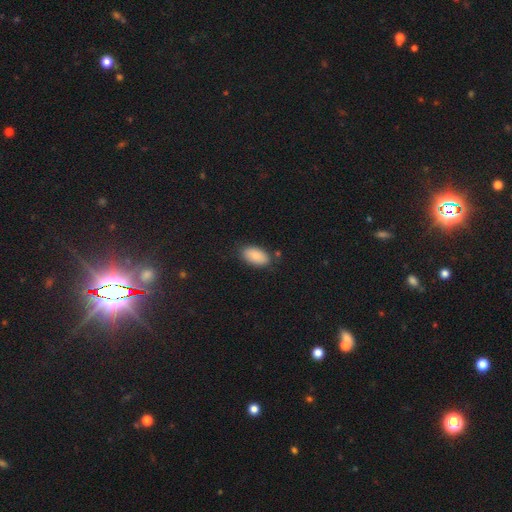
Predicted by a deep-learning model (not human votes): Smooth or featured? smooth (88%)
How rounded? in between (94%)
Merging? none (81%)